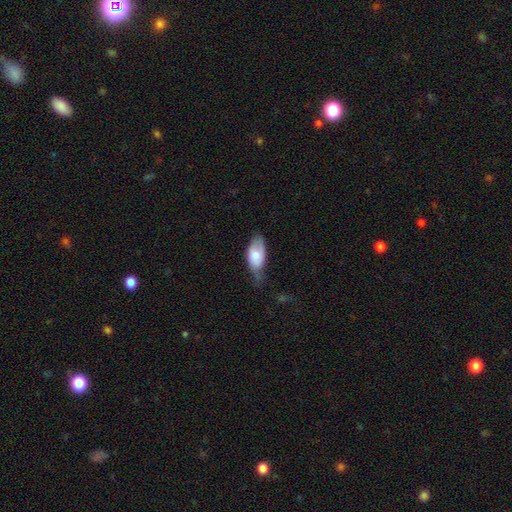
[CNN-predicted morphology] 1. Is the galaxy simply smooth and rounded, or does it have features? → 72% smooth, 22% featured or disk, 6% star or artifact.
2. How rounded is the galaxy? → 91% in between, 6% cigar-shaped, 3% round.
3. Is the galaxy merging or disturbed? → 43% minor disturbance, 42% none, 13% major disturbance, 2% merger.